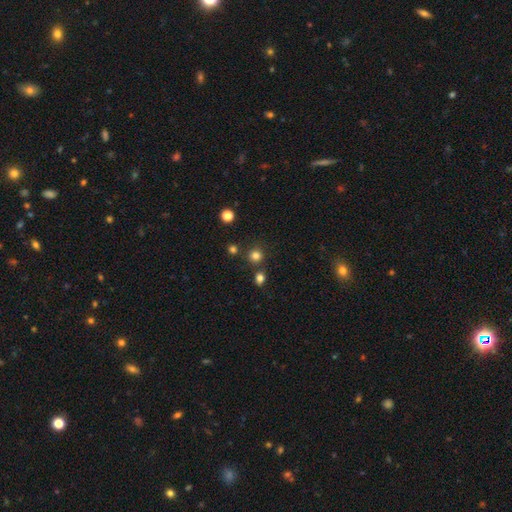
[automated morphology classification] smooth_or_featured: smooth (p=0.79) [alt: star or artifact p=0.17]
how_rounded: round (p=0.91) [alt: in between p=0.08]
merging: none (p=0.80) [alt: merger p=0.09]